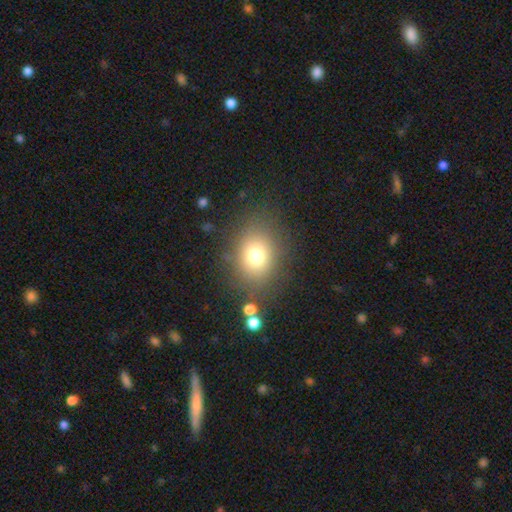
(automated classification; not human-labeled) smooth_or_featured: smooth (p=0.73) [alt: star or artifact p=0.15]
how_rounded: round (p=0.51) [alt: in between p=0.48]
merging: none (p=0.78) [alt: minor disturbance p=0.12]